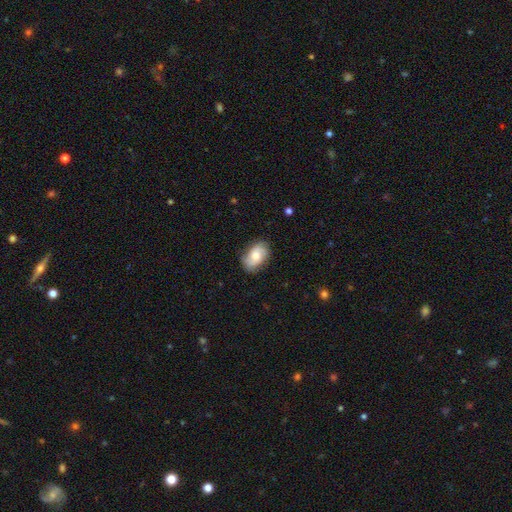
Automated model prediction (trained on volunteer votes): Smooth or featured?
  - smooth: 54% *
  - featured or disk: 39%
  - star or artifact: 7%
How rounded?
  - in between: 86% *
  - round: 12%
  - cigar-shaped: 2%
Merging?
  - none: 78% *
  - minor disturbance: 17%
  - major disturbance: 4%
  - merger: 1%